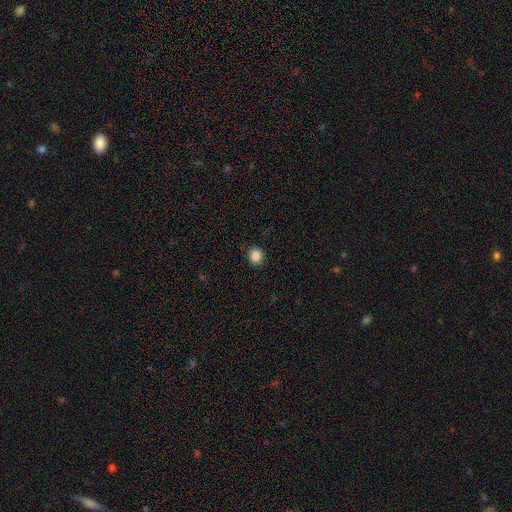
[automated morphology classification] Overall: smooth (86%). How rounded: round (76%). Merging: none (89%).